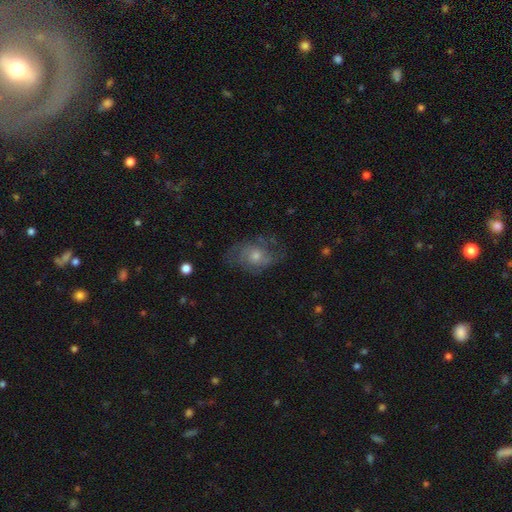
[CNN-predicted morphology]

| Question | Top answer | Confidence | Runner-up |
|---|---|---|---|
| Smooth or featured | featured or disk | 57% | smooth (31%) |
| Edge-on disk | no | 94% | yes (6%) |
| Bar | no | 81% | weak (17%) |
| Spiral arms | yes | 74% | no (26%) |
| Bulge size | moderate | 51% | small (40%) |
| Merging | none | 64% | minor disturbance (21%) |